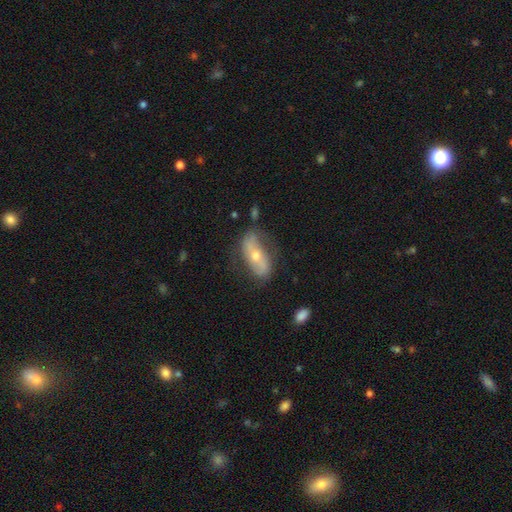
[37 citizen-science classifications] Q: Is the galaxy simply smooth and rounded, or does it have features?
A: featured or disk — 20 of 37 (54%).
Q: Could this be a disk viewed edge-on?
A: no — 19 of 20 (95%).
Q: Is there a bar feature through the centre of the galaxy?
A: weak — 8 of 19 (42%).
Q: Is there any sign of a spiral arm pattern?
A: no — 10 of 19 (53%).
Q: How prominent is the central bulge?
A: moderate — 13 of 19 (68%).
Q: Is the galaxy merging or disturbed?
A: none — 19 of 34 (56%).